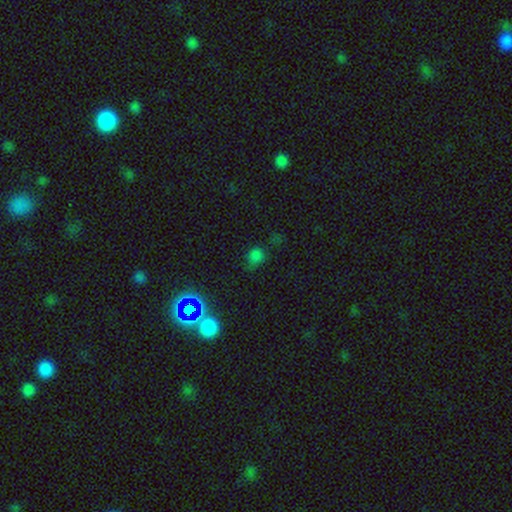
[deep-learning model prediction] Smooth or featured? smooth (64%)
How rounded? round (64%)
Merging? none (66%)